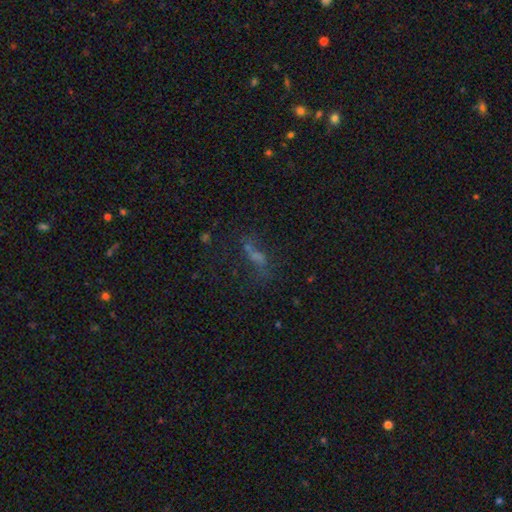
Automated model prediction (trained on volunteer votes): The model was most divided on "smooth or featured" (2-way tie): smooth: 35%, featured or disk: 35%, star or artifact: 30%. Remaining: merging — none (49%).